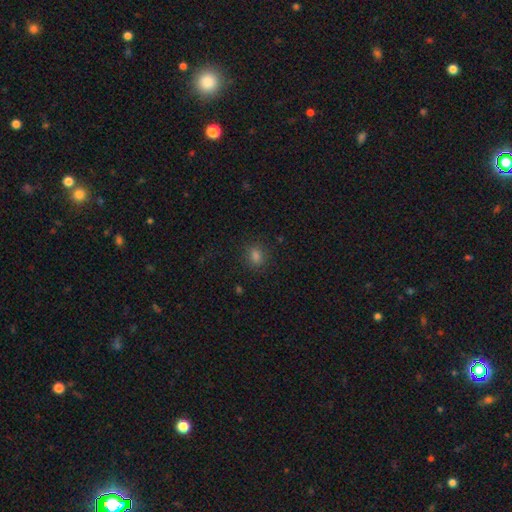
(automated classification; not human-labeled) smooth-or-featured: smooth: 78% | star or artifact: 18% | featured or disk: 5%
  how-rounded: round: 58% | in between: 41% | cigar-shaped: 1%
  merging: none: 87% | minor disturbance: 9% | major disturbance: 3% | merger: 1%